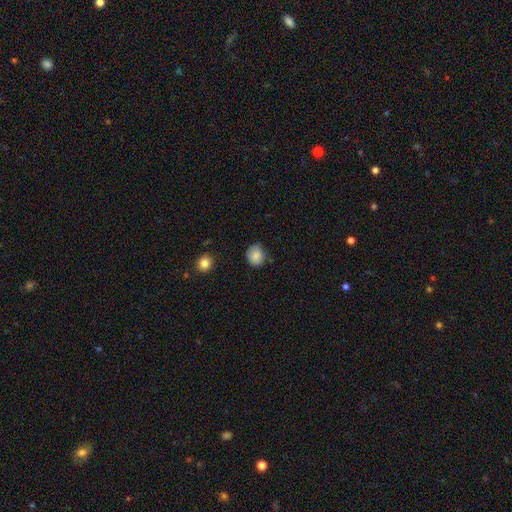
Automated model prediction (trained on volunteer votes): Overall: smooth (86%). How rounded: round (69%; in between 30%). Merging: none (74%).